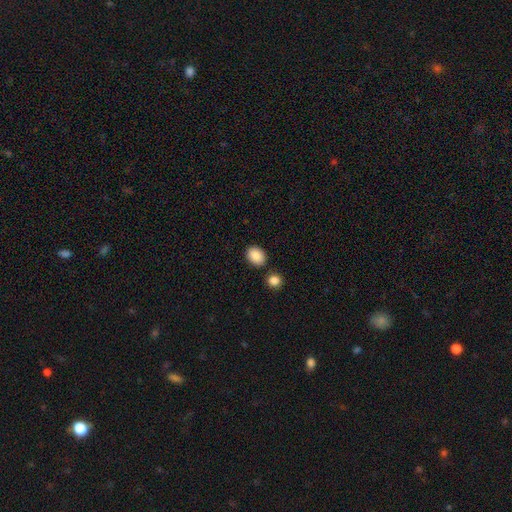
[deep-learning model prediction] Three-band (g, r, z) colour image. It shows a smooth galaxy with no disk features (88%) that is in between round and cigar-shaped (70%). Merging: none (82%).